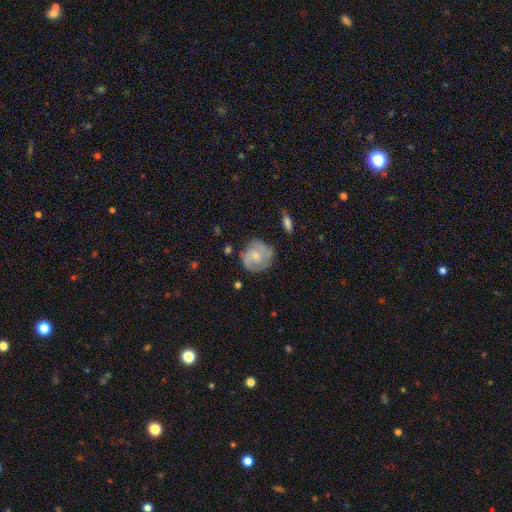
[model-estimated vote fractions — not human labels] A featured or disk galaxy (47%, tied with smooth). Merging: none (64%).